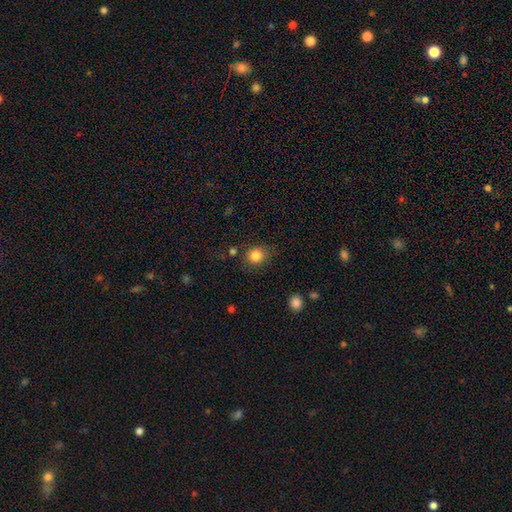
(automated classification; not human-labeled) This appears to be a smooth galaxy with no disk features (85%) that is round (80%). Merging: none (78%).